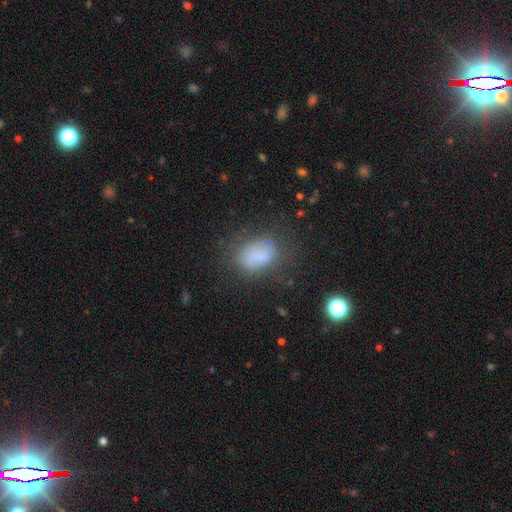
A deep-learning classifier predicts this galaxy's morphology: type=smooth (77%); roundness=in between (82%); merging=none (63%).